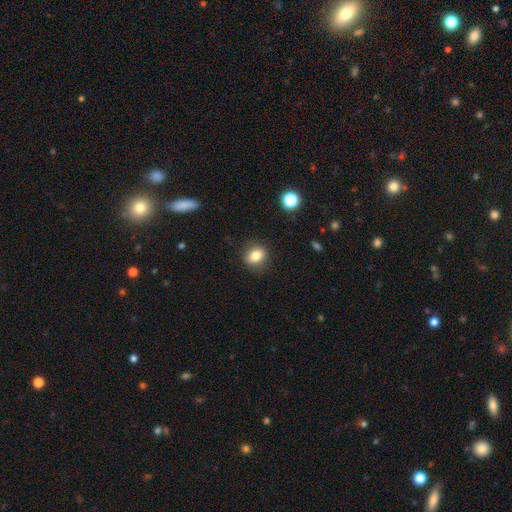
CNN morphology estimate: The model was most divided on "how rounded": in between: 51%, round: 47%, cigar-shaped: 1%. More confident: merging — none (85%); smooth or featured — smooth (83%).